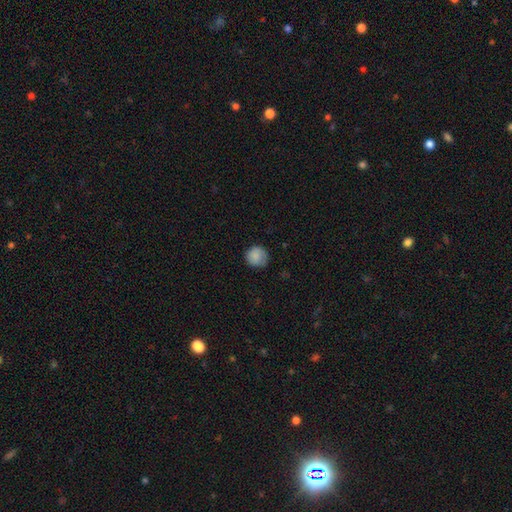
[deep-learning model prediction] Smooth or featured: smooth — 85% (star or artifact — 8%)
How rounded: round — 90% (in between — 9%)
Merging: none — 76% (minor disturbance — 18%)